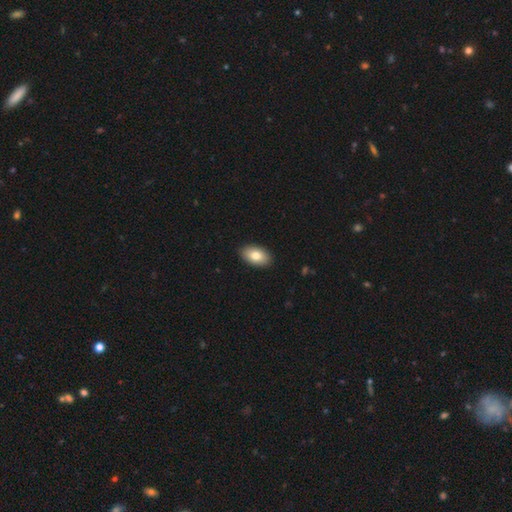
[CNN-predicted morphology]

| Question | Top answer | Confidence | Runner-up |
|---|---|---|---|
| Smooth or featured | smooth | 80% | featured or disk (13%) |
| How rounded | in between | 93% | round (5%) |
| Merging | none | 90% | minor disturbance (7%) |